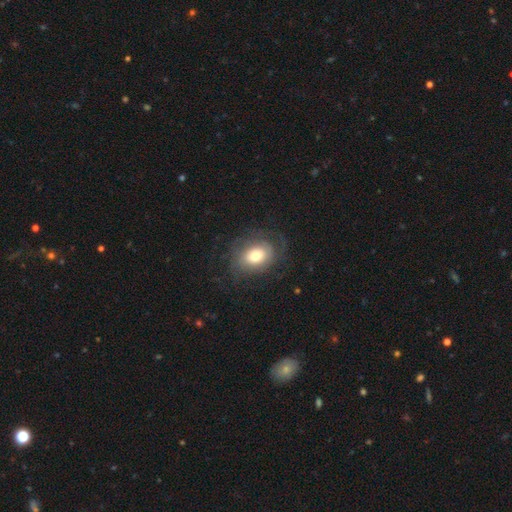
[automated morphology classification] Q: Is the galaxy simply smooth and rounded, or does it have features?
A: smooth — 47%.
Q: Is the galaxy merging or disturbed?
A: none — 66%.